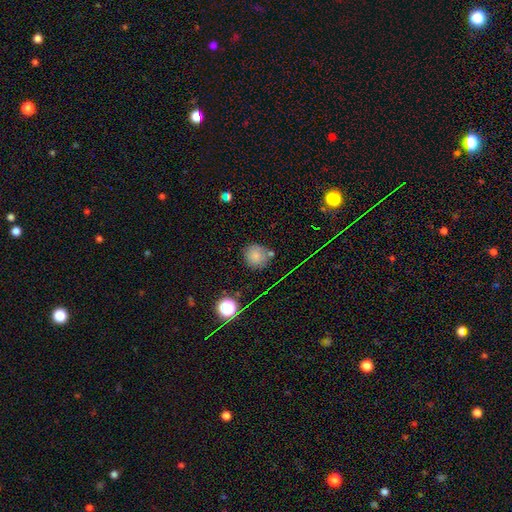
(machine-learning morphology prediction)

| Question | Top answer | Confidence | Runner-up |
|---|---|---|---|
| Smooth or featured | smooth | 77% | star or artifact (16%) |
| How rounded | round | 87% | in between (12%) |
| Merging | none | 76% | minor disturbance (14%) |